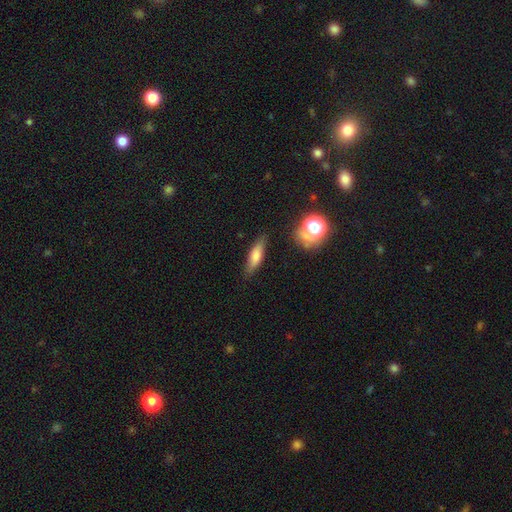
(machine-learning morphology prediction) Smooth or featured?
  - smooth: 67% *
  - featured or disk: 23%
  - star or artifact: 10%
How rounded?
  - cigar-shaped: 61% *
  - in between: 35%
  - round: 4%
Merging?
  - none: 81% *
  - minor disturbance: 14%
  - major disturbance: 3%
  - merger: 3%